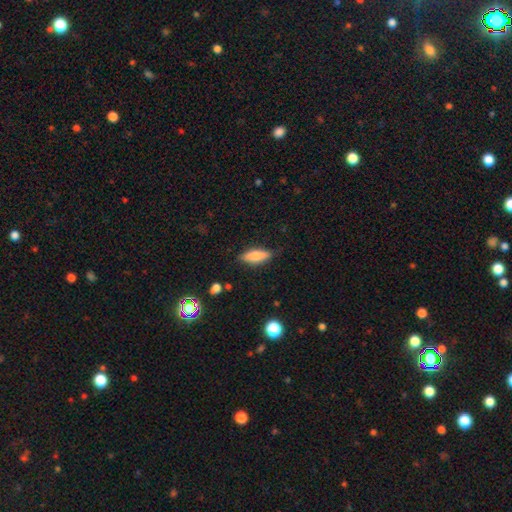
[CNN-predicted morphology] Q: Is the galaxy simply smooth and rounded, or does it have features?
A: smooth — 70%.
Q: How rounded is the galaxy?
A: in between — 59%.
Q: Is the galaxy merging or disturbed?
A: none — 81%.